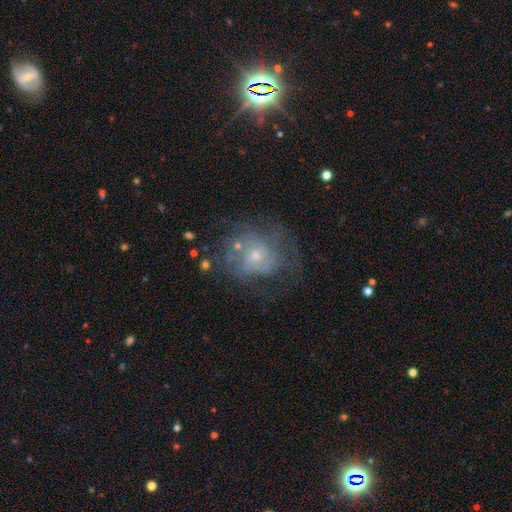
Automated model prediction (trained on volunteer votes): This is likely a featured or disk galaxy (60%). It is clearly not viewed edge-on (97%). Bar: clearly no (81%). Spiral arm pattern: likely yes (66%). Central bulge: possibly small (59%). Merging: possibly none (57%).